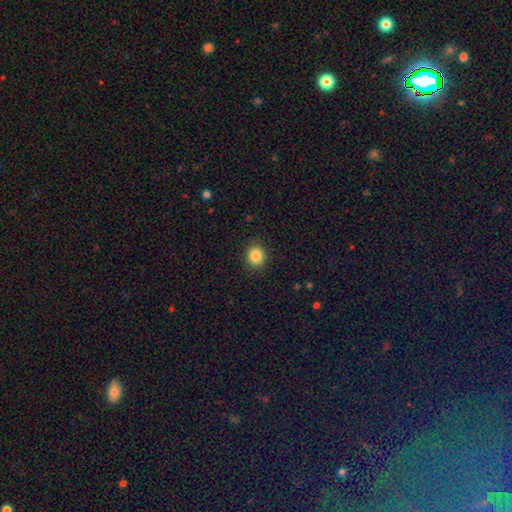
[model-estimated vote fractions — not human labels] smooth_or_featured: smooth (p=0.86) [alt: star or artifact p=0.10]
how_rounded: round (p=0.80) [alt: in between p=0.19]
merging: none (p=0.90) [alt: minor disturbance p=0.07]